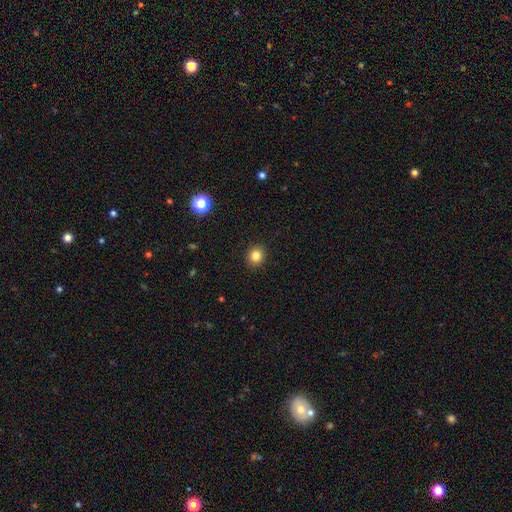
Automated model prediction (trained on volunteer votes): The model was most divided on "smooth or featured": smooth: 83%, star or artifact: 12%, featured or disk: 5%. More confident: merging — none (92%); how rounded — round (85%).